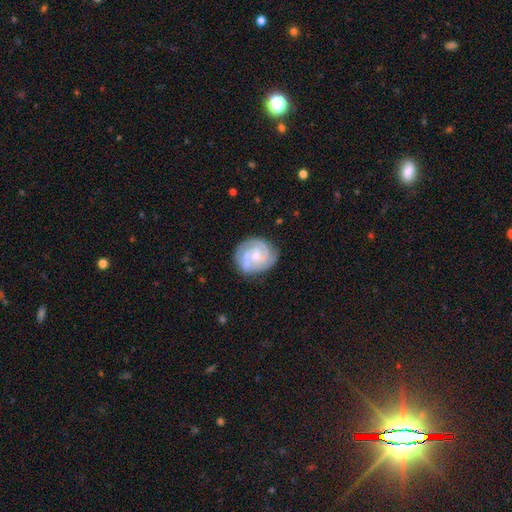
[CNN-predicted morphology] Smooth or featured? Predicted: featured or disk (p=0.82). Edge-on disk? Predicted: no (p=0.98). Bar? Predicted: no (p=0.69). Spiral arms? Predicted: yes (p=0.95). Spiral winding? Predicted: tight (p=0.68). Spiral arm count? Predicted: 3 (p=0.36). Bulge size? Predicted: small (p=0.56). Merging? Predicted: none (p=0.68).